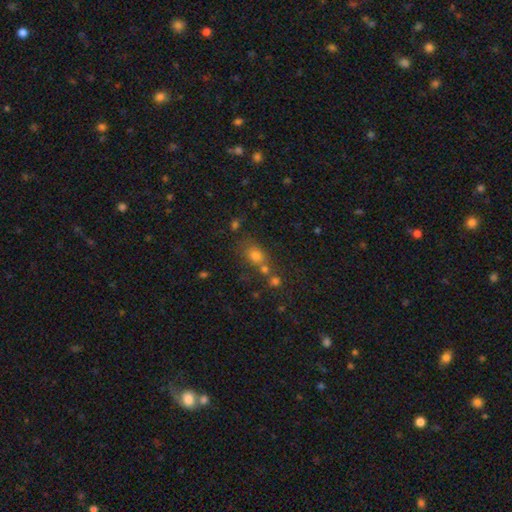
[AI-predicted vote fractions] This is likely a smooth galaxy (65%). How rounded: possibly round (50%). Merging: possibly none (51%).